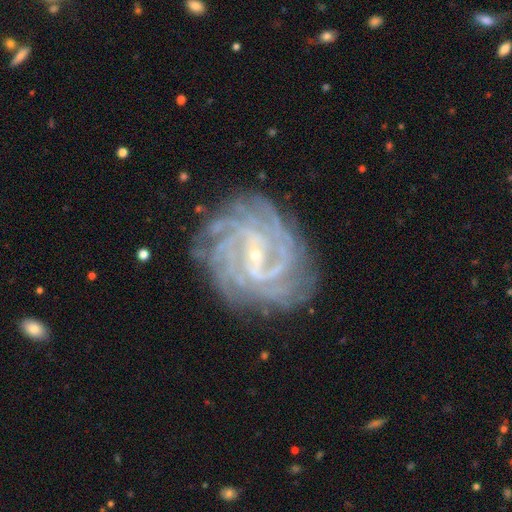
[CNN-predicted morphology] Q: Smooth or featured?
A: featured or disk (91%); runner-up: star or artifact (5%)
Q: Edge-on disk?
A: no (98%); runner-up: yes (2%)
Q: Bar?
A: weak (48%); runner-up: strong (27%)
Q: Spiral arms?
A: yes (98%); runner-up: no (2%)
Q: Spiral winding?
A: tight (70%); runner-up: medium (25%)
Q: Spiral arm count?
A: 4 (25%); runner-up: can't tell (22%)
Q: Bulge size?
A: small (85%); runner-up: moderate (11%)
Q: Merging?
A: none (80%); runner-up: minor disturbance (14%)